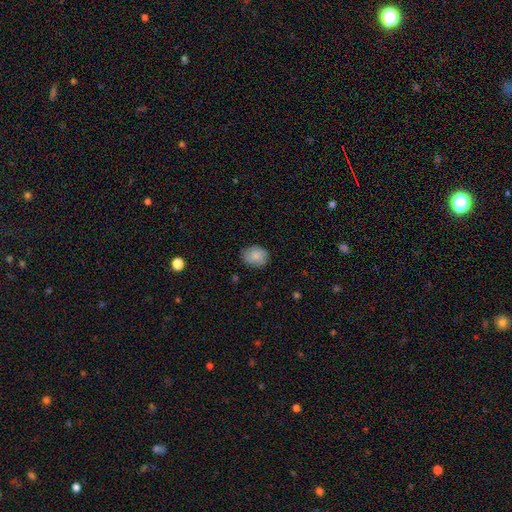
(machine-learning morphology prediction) Smooth or featured: smooth — 85% (featured or disk — 8%)
How rounded: round — 53% (in between — 46%)
Merging: none — 80% (minor disturbance — 16%)